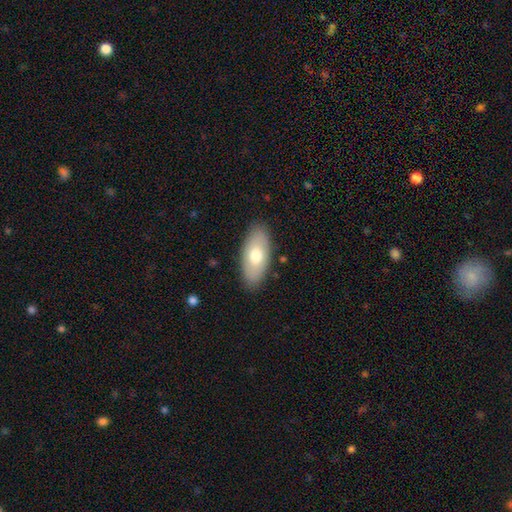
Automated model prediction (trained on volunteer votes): smooth_or_featured: smooth (p=0.68) [alt: featured or disk p=0.26]
how_rounded: in between (p=0.91) [alt: cigar-shaped p=0.07]
merging: none (p=0.86) [alt: minor disturbance p=0.10]